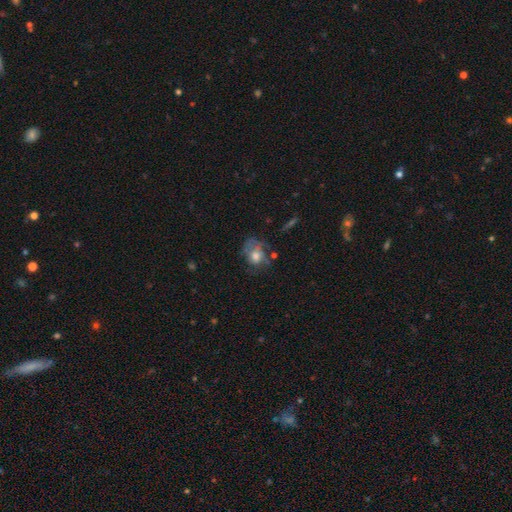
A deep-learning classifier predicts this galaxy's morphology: type=smooth (49%); merging=none (39%).